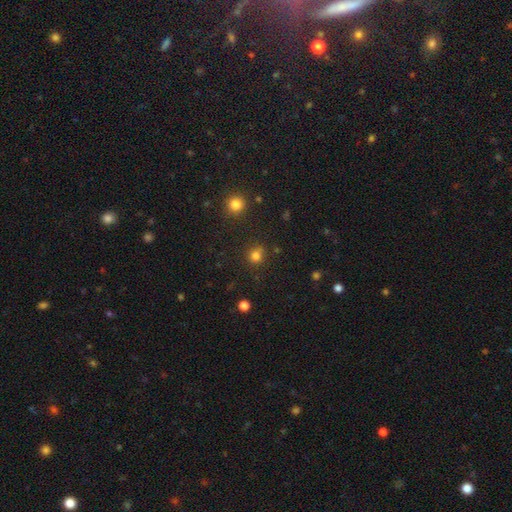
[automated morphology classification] This appears to be a smooth galaxy with no disk features (79%) that is round (88%). Merging: none (79%).